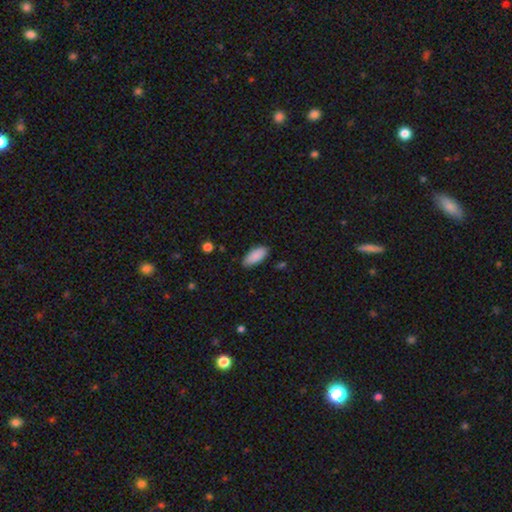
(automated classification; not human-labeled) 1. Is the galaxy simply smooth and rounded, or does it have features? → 90% smooth, 6% star or artifact, 4% featured or disk.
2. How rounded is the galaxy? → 89% in between, 9% cigar-shaped, 2% round.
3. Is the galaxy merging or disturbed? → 84% none, 13% minor disturbance, 2% major disturbance, 1% merger.